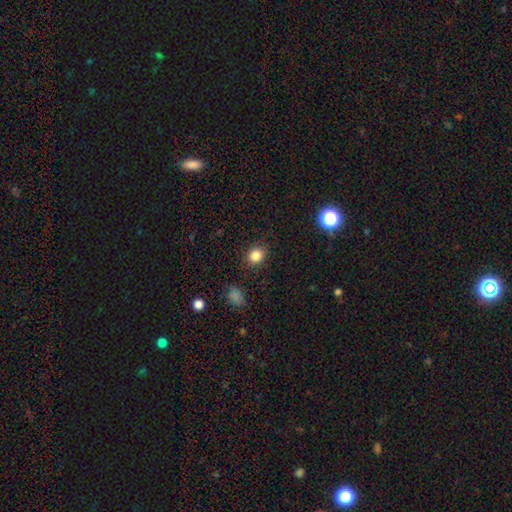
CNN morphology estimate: Overall: smooth (84%). How rounded: round (69%; in between 30%). Merging: none (84%).